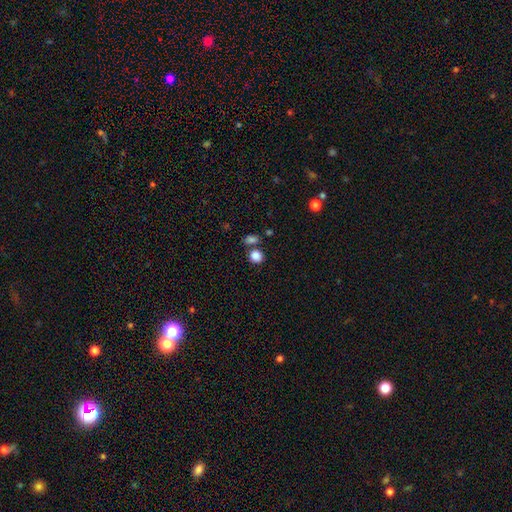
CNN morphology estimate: smooth_or_featured: smooth (p=0.85) [alt: star or artifact p=0.11]
how_rounded: round (p=0.75) [alt: in between p=0.24]
merging: none (p=0.66) [alt: merger p=0.20]